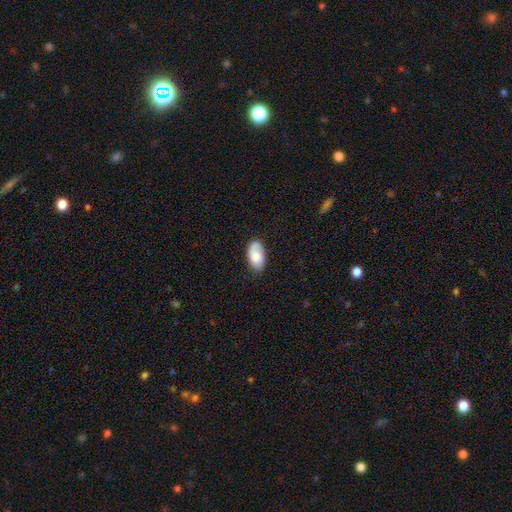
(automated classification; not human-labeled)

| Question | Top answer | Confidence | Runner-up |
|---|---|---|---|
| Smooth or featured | smooth | 75% | featured or disk (18%) |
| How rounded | in between | 95% | round (3%) |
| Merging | none | 74% | minor disturbance (20%) |